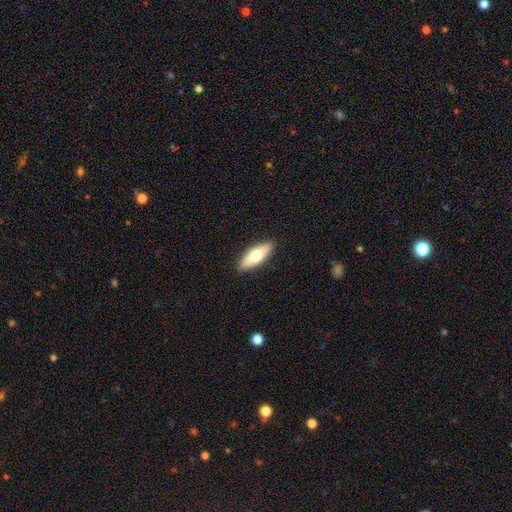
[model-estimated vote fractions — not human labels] Morphology: type=smooth (62%); roundness=in between (60%); merging=none (90%).